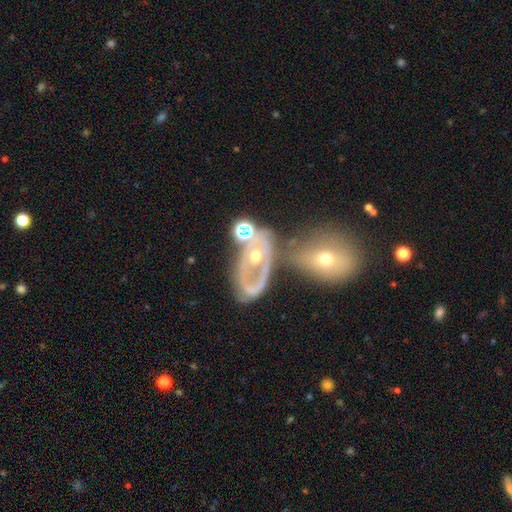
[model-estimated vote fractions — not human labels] smooth_or_featured: featured or disk (p=0.67) [alt: smooth p=0.23]
disk_edge_on: no (p=0.93) [alt: yes p=0.07]
bar: no (p=0.79) [alt: weak p=0.15]
has_spiral_arms: no (p=0.62) [alt: yes p=0.38]
bulge_size: moderate (p=0.61) [alt: small p=0.29]
merging: merger (p=0.36) [alt: none p=0.29]